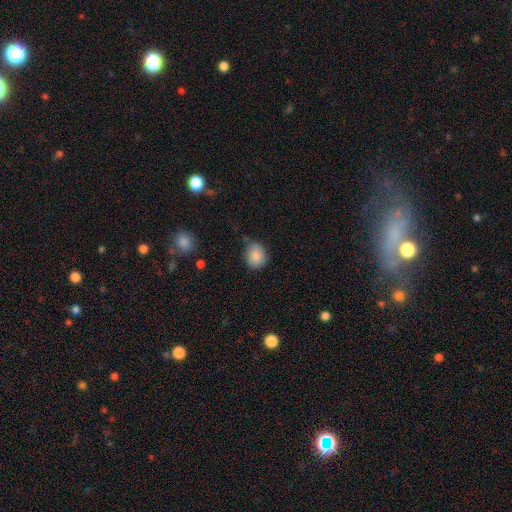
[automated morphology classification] type=smooth (87%); roundness=round (64%); merging=none (76%).